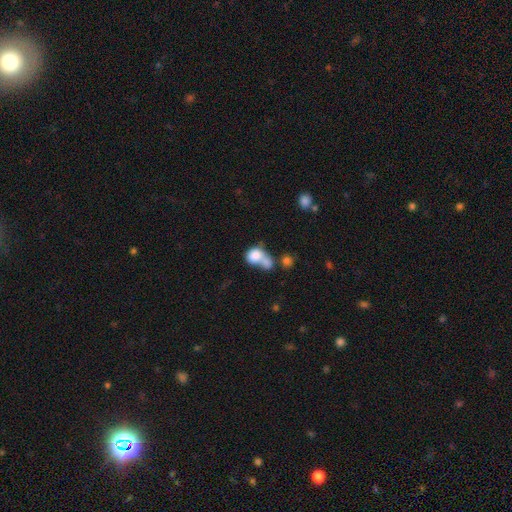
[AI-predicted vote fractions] Smooth or featured? Predicted: smooth (p=0.78). How rounded? Predicted: in between (p=0.52). Merging? Predicted: merger (p=0.64).